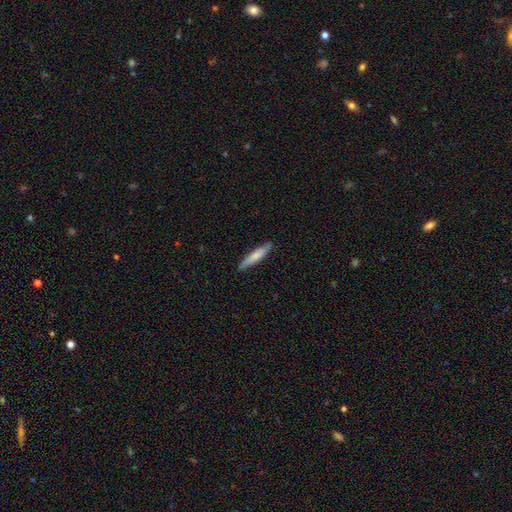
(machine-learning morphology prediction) Overall: smooth (73%). How rounded: cigar-shaped (89%). Merging: none (85%).